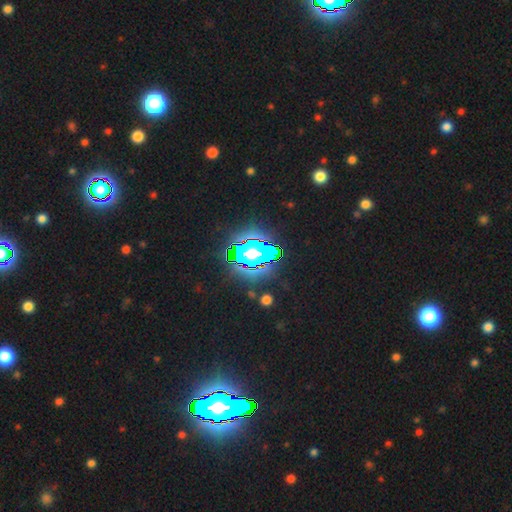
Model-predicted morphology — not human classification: star or artifact 81%, smooth 10%, featured or disk 9%.